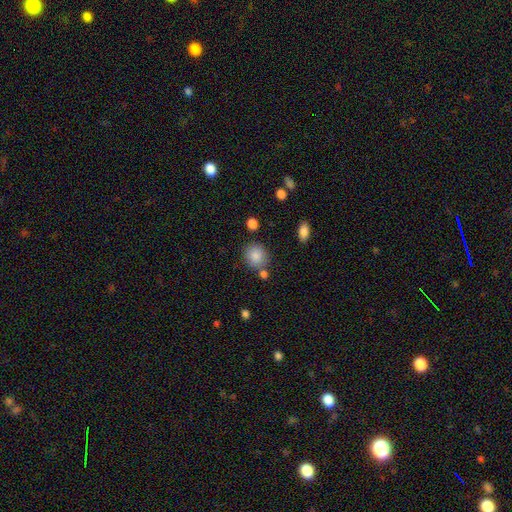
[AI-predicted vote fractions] Smooth or featured: smooth — 86% (star or artifact — 9%)
How rounded: round — 81% (in between — 18%)
Merging: none — 76% (minor disturbance — 11%)